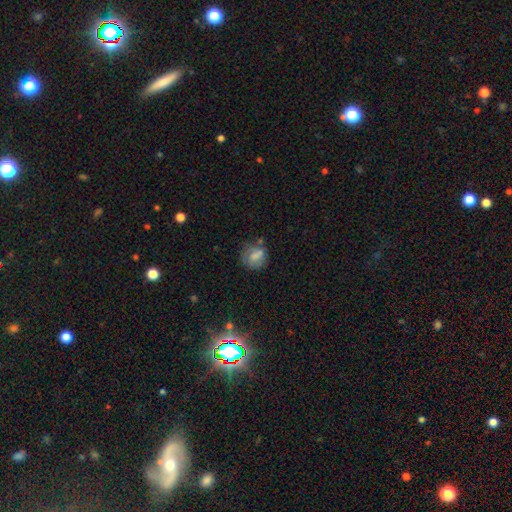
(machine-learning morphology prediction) smooth_or_featured: smooth (p=0.69) [alt: featured or disk p=0.21]
how_rounded: round (p=0.77) [alt: in between p=0.22]
merging: none (p=0.57) [alt: minor disturbance p=0.24]